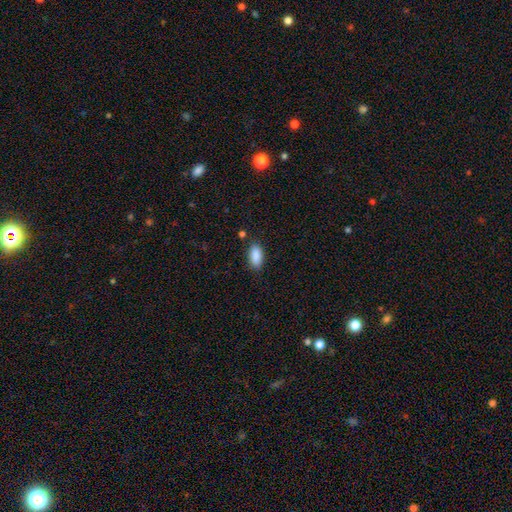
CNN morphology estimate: Smooth or featured? Predicted: smooth (p=0.89). How rounded? Predicted: in between (p=0.91). Merging? Predicted: none (p=0.85).